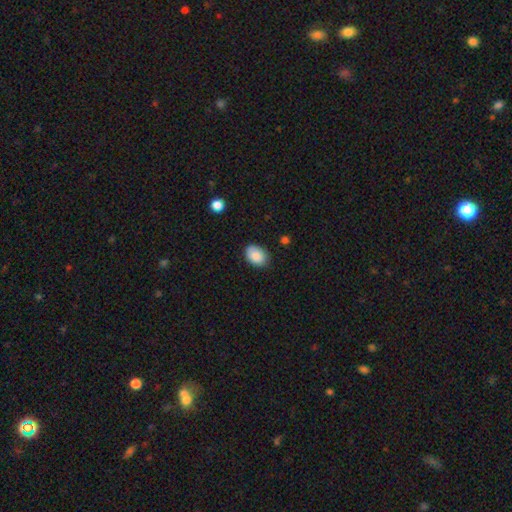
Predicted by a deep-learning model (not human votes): Smooth or featured? smooth (88%)
How rounded? in between (79%)
Merging? none (81%)